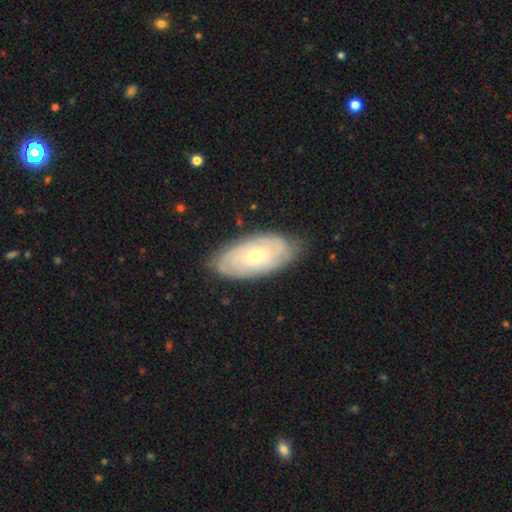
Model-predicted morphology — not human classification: A featured or disk galaxy (70%) with no bar (68%), tight (79%) spiral arms (85%) and a small central bulge (57%). Merging: none (79%).